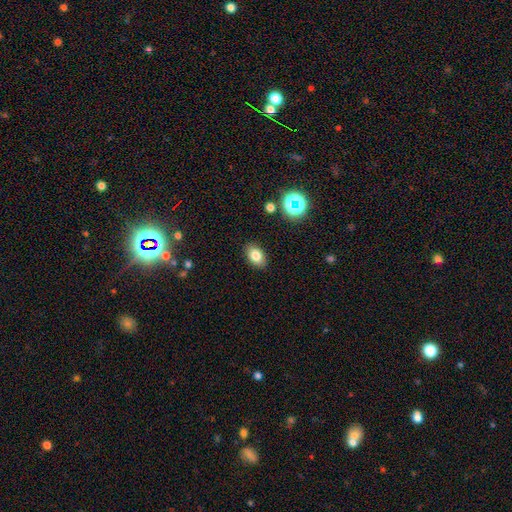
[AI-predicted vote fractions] Smooth or featured? Predicted: smooth (p=0.79). How rounded? Predicted: in between (p=0.85). Merging? Predicted: none (p=0.87).